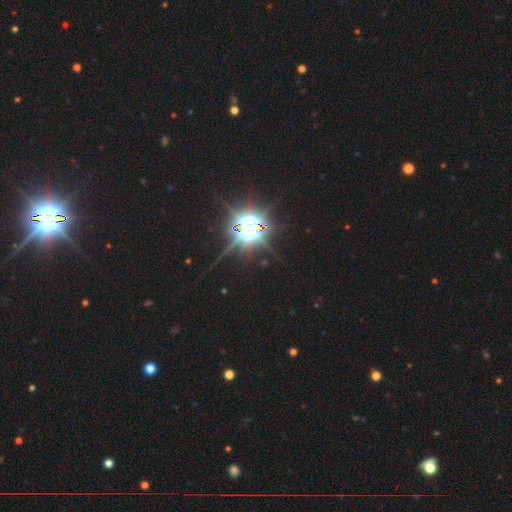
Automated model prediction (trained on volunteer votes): star or artifact 85%, smooth 10%, featured or disk 5%.